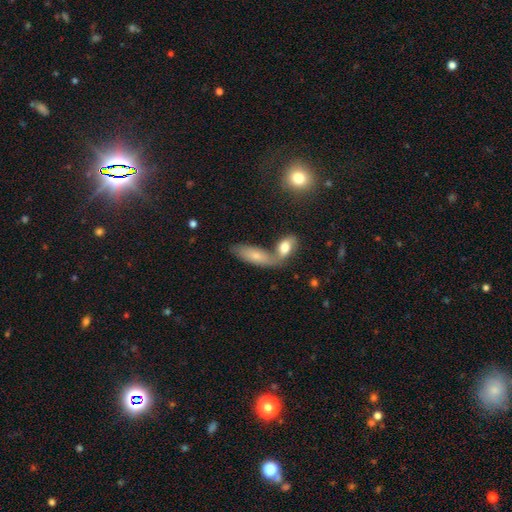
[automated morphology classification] A smooth galaxy with no disk features (71%) that is in between round and cigar-shaped (75%).

Vote fractions:
- Smooth or featured? smooth: 71% / featured or disk: 21% / star or artifact: 7%
- How rounded? in between: 75% / cigar-shaped: 22% / round: 3%
- Merging? merger: 54% / none: 31% / minor disturbance: 10% / major disturbance: 5%